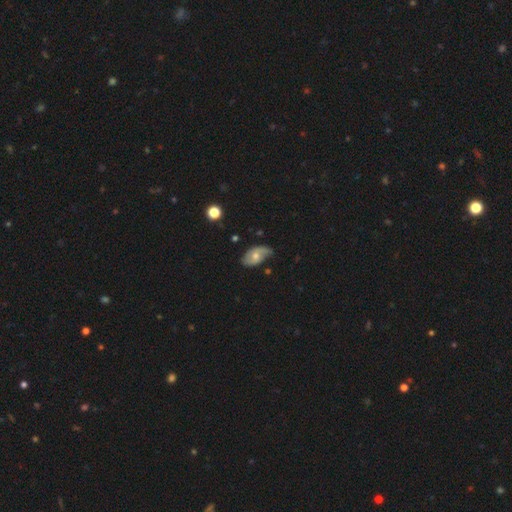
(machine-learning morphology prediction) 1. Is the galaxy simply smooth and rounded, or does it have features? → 55% featured or disk, 38% smooth, 7% star or artifact.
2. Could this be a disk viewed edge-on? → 94% no, 6% yes.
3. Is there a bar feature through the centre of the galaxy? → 67% no, 28% weak, 5% strong.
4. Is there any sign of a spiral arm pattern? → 76% yes, 24% no.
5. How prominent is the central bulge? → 63% moderate, 30% small, 4% large, 2% none, 1% dominant.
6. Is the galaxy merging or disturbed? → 54% none, 35% minor disturbance, 9% major disturbance, 2% merger.